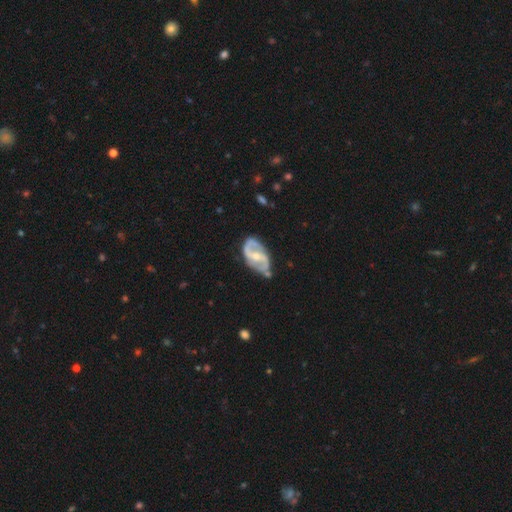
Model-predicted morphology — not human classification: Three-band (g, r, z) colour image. It shows a featured or disk galaxy (86%) with a weak bar (42%), 2 (89%) medium (50%) spiral arms (93%) and a moderate central bulge (49%). Merging: none (70%).